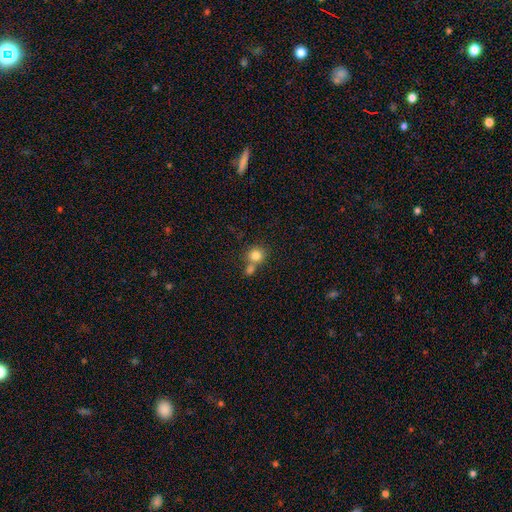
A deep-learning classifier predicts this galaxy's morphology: This is clearly a smooth galaxy (82%). How rounded: clearly round (87%). Merging: possibly none (47%).